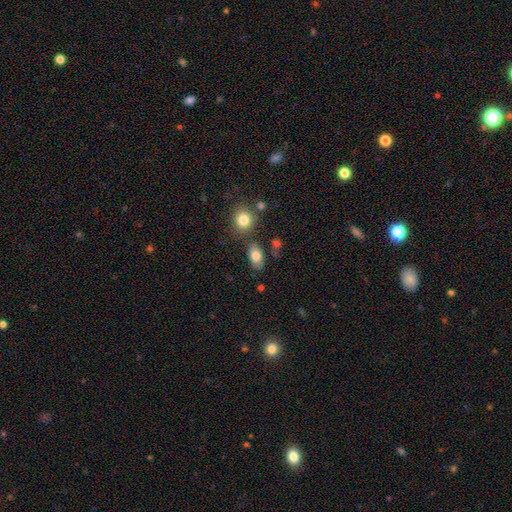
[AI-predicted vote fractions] smooth 81%, featured or disk 10%, star or artifact 8%. Down the decision tree: how rounded — in between (90%); merging — none (74%).